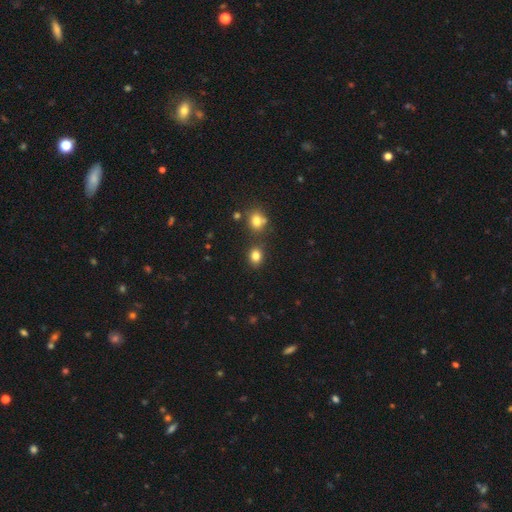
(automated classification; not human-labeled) Smooth or featured: smooth — 81% (star or artifact — 13%)
How rounded: round — 58% (in between — 41%)
Merging: none — 76% (merger — 11%)